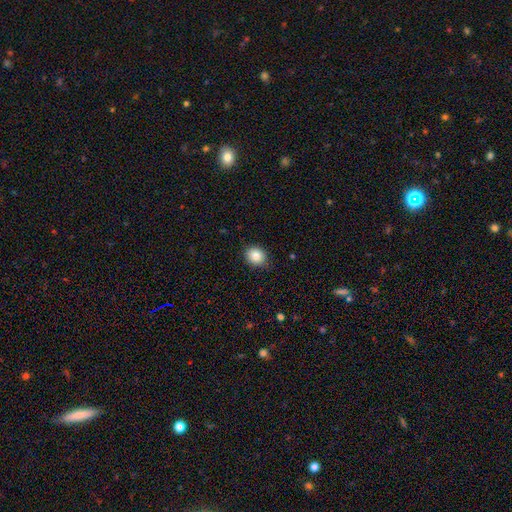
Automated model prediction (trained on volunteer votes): Q: Smooth or featured?
A: smooth (85%); runner-up: star or artifact (9%)
Q: How rounded?
A: round (72%); runner-up: in between (27%)
Q: Merging?
A: none (84%); runner-up: minor disturbance (12%)